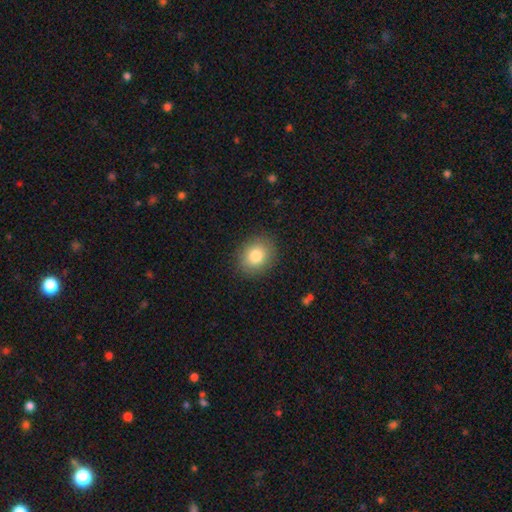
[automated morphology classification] smooth-or-featured: smooth: 82% | star or artifact: 9% | featured or disk: 9%
  how-rounded: round: 63% | in between: 36% | cigar-shaped: 1%
  merging: none: 88% | minor disturbance: 8% | major disturbance: 3% | merger: 1%